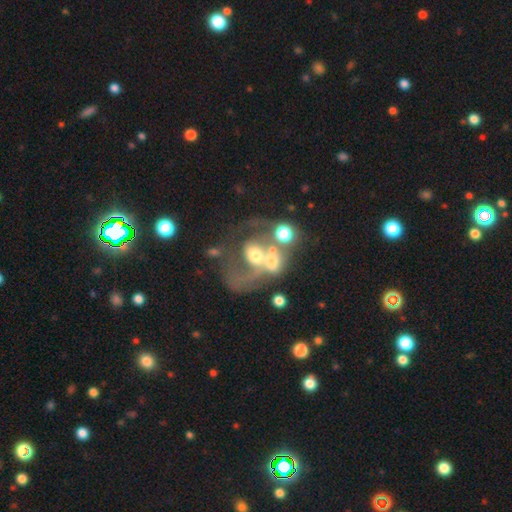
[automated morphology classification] This is possibly a featured or disk galaxy (55%). It is clearly not viewed edge-on (97%). Bar: likely no (77%). Spiral arm pattern: likely no (61%). Central bulge: possibly moderate (51%). Merging: possibly merger (56%).